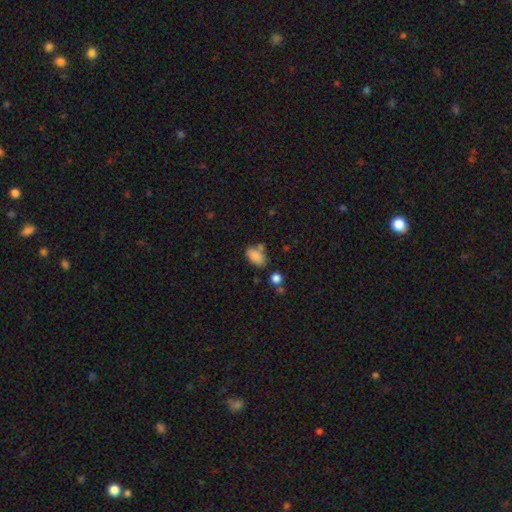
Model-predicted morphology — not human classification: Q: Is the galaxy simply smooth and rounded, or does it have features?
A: smooth — 85%.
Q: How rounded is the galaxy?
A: in between — 91%.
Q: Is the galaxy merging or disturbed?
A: none — 60%.